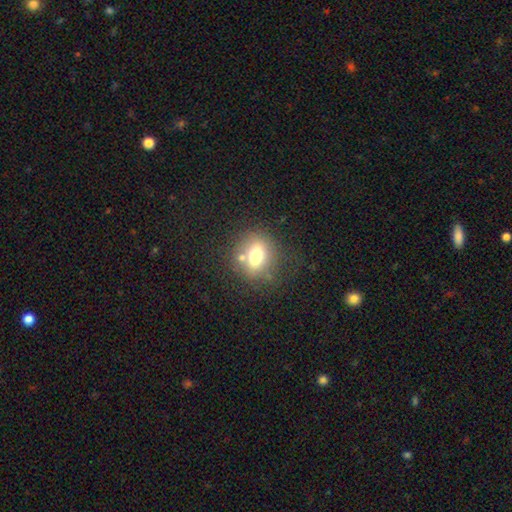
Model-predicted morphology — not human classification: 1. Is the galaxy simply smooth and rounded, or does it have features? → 69% smooth, 20% featured or disk, 11% star or artifact.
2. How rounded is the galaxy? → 50% in between, 48% round, 2% cigar-shaped.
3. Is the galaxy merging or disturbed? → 63% none, 16% minor disturbance, 15% merger, 7% major disturbance.